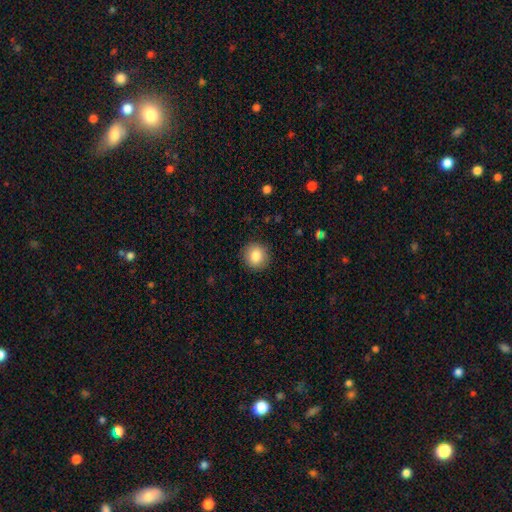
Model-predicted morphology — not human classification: This is clearly a smooth galaxy (85%). How rounded: clearly round (91%). Merging: clearly none (91%).